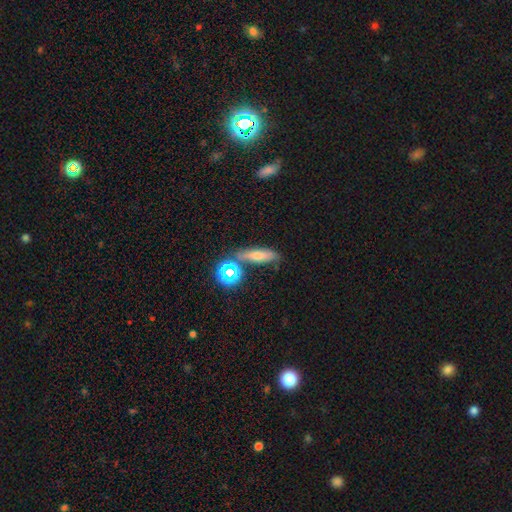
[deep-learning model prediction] Smooth or featured?
  - smooth: 55% *
  - featured or disk: 24%
  - star or artifact: 21%
How rounded?
  - cigar-shaped: 55% *
  - in between: 34%
  - round: 11%
Merging?
  - none: 72% *
  - minor disturbance: 14%
  - merger: 10%
  - major disturbance: 5%